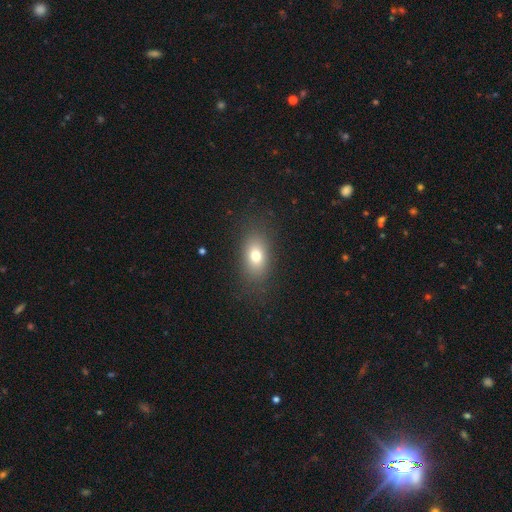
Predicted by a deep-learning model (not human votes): smooth-or-featured: smooth: 74% | featured or disk: 14% | star or artifact: 12%
  how-rounded: in between: 80% | round: 17% | cigar-shaped: 3%
  merging: none: 83% | minor disturbance: 10% | major disturbance: 5% | merger: 1%